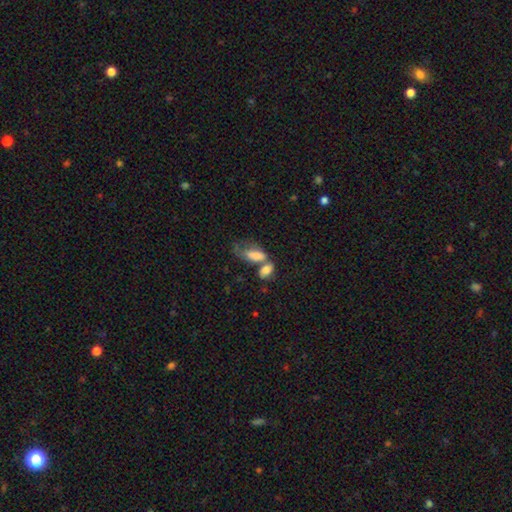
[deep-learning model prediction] Smooth or featured? smooth (77%)
How rounded? in between (85%)
Merging? merger (49%)